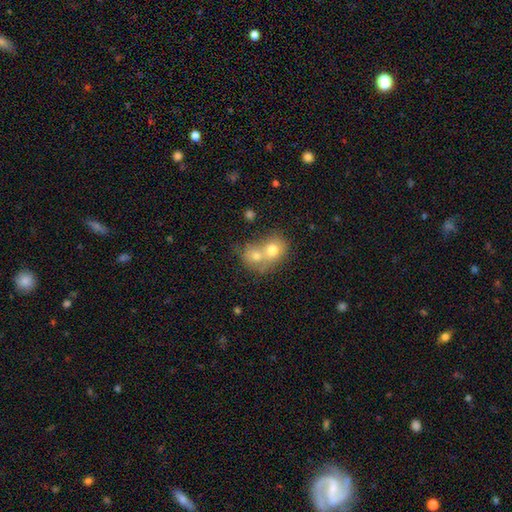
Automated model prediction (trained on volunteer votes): This is likely a smooth galaxy (70%). How rounded: likely round (62%). Merging: likely merger (73%).